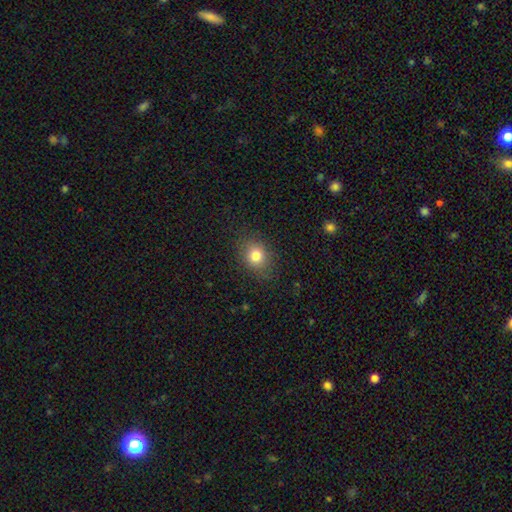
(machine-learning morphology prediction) smooth_or_featured: smooth (p=0.80) [alt: star or artifact p=0.12]
how_rounded: round (p=0.60) [alt: in between p=0.39]
merging: none (p=0.83) [alt: minor disturbance p=0.12]